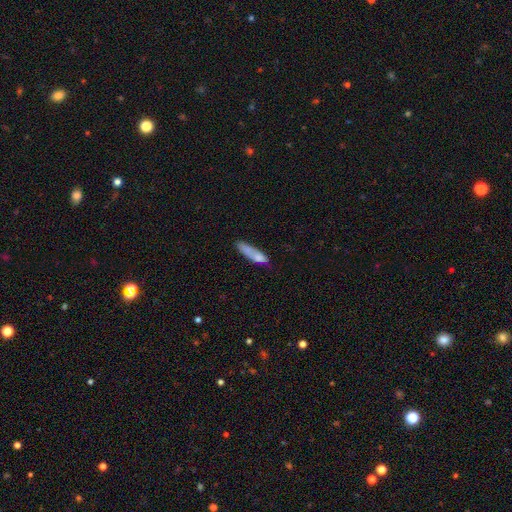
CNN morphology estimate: The model was most divided on "merging": none: 51%, minor disturbance: 25%, merger: 13%, major disturbance: 11%. More confident: smooth or featured — smooth (72%); how rounded — cigar-shaped (70%).